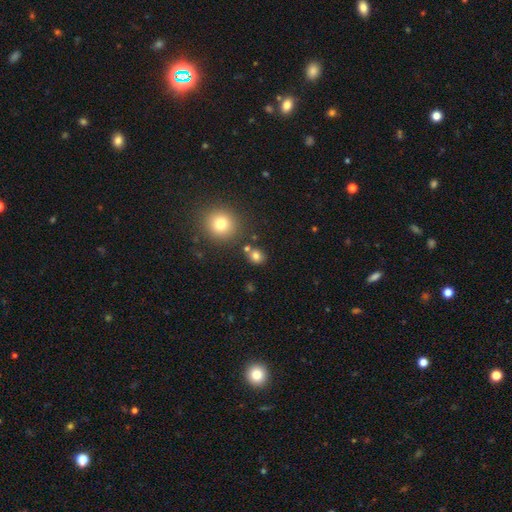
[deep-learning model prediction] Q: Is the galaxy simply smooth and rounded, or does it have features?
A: smooth — 77%.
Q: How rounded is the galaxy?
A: round — 73%.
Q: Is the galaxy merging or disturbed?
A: none — 75%.